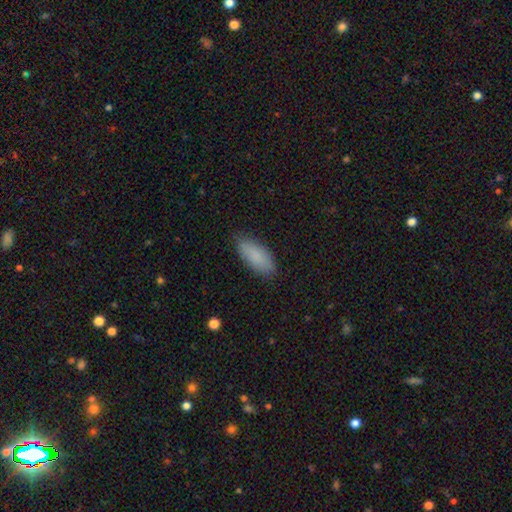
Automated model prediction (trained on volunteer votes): A smooth galaxy with no disk features (88%) that is in between round and cigar-shaped (85%). Merging: none (84%).